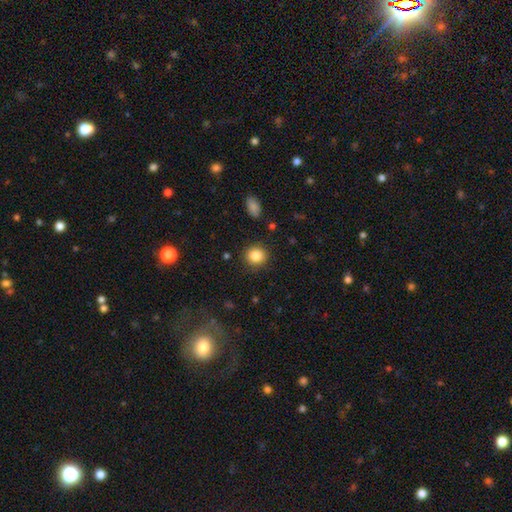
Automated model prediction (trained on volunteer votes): A smooth galaxy with no disk features (85%) that is round (88%).

Vote fractions:
- Smooth or featured? smooth: 85% / star or artifact: 10% / featured or disk: 5%
- How rounded? round: 88% / in between: 11% / cigar-shaped: 1%
- Merging? none: 87% / minor disturbance: 9% / major disturbance: 3% / merger: 2%